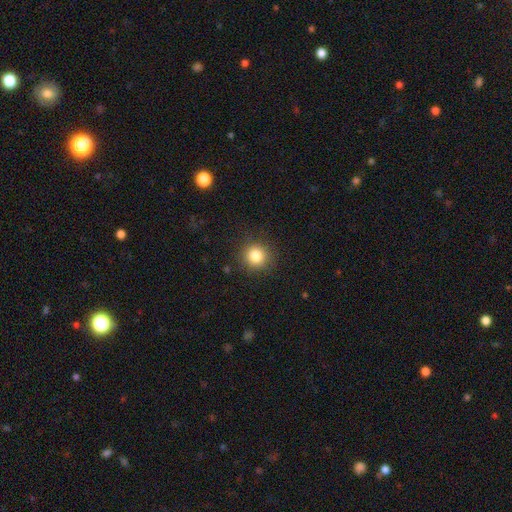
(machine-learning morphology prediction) smooth_or_featured: smooth (p=0.83) [alt: star or artifact p=0.11]
how_rounded: round (p=0.93) [alt: in between p=0.06]
merging: none (p=0.90) [alt: minor disturbance p=0.07]